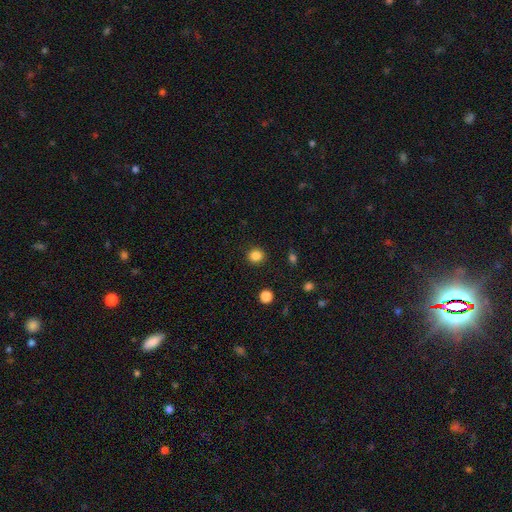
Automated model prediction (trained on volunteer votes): The model was most divided on "smooth or featured": smooth: 85%, star or artifact: 12%, featured or disk: 4%. More confident: merging — none (91%); how rounded — round (91%).